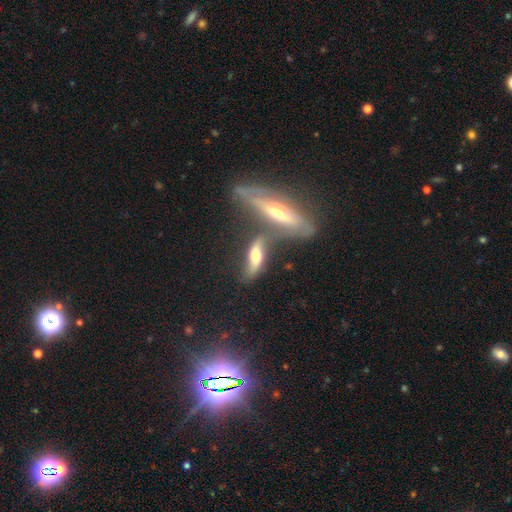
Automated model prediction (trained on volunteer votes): Smooth or featured?
  - featured or disk: 52% *
  - smooth: 40%
  - star or artifact: 8%
Edge-on disk?
  - yes: 54% *
  - no: 46%
Merging?
  - merger: 41% *
  - none: 36%
  - minor disturbance: 14%
  - major disturbance: 9%